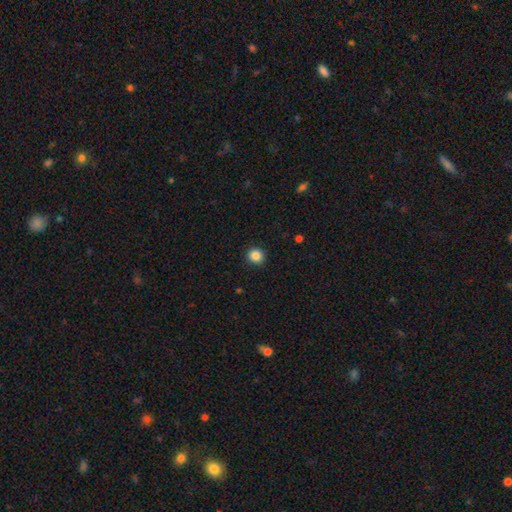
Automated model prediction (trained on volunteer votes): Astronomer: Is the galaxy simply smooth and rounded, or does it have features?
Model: smooth — 86%.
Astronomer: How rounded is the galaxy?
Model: round — 90%.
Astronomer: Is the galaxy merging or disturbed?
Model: none — 90%.